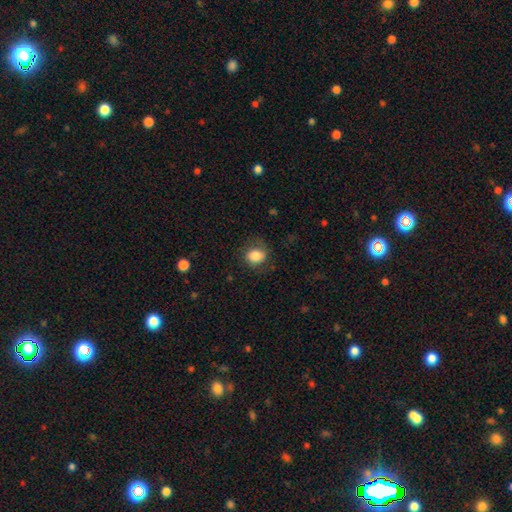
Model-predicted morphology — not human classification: Smooth or featured? Predicted: smooth (p=0.82). How rounded? Predicted: round (p=0.59). Merging? Predicted: none (p=0.73).